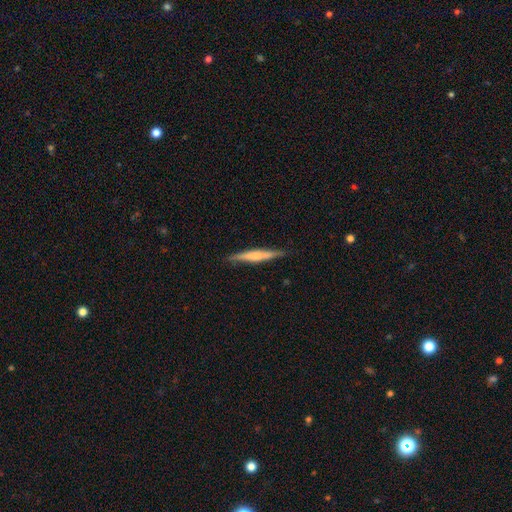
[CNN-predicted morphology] This is possibly a featured or disk galaxy (51%). It is clearly viewed edge-on (96%). Merging: clearly none (87%).